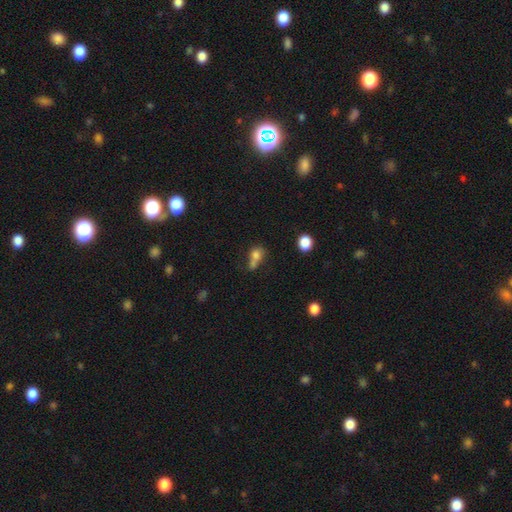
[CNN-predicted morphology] Smooth or featured? smooth (74%)
How rounded? in between (48%, tied with round)
Merging? merger (45%)